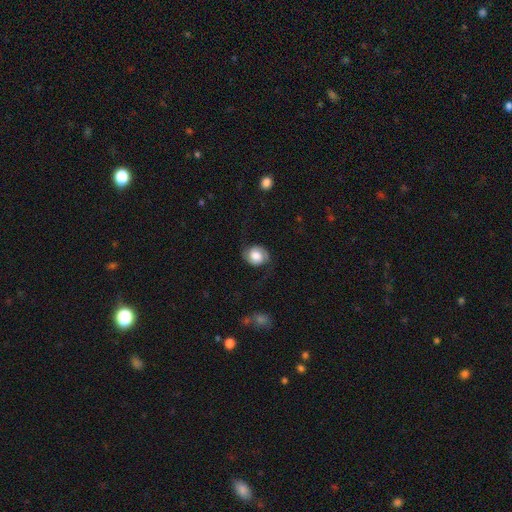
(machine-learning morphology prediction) Smooth or featured? smooth (46%)
Merging? none (66%)